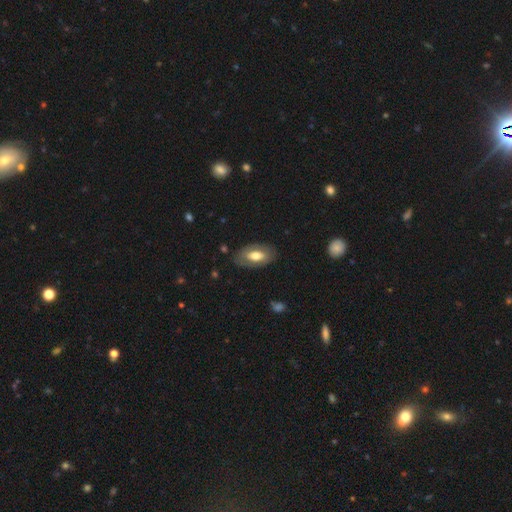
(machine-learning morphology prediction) This appears to be a smooth galaxy with no disk features (58%) that is in between round and cigar-shaped (93%). Merging: none (81%).